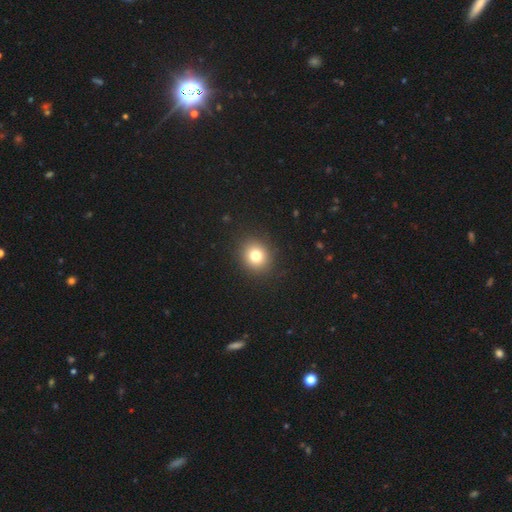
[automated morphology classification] A smooth galaxy with no disk features (78%) that is round (84%).

Vote fractions:
- Smooth or featured? smooth: 78% / star or artifact: 13% / featured or disk: 9%
- How rounded? round: 84% / in between: 15% / cigar-shaped: 1%
- Merging? none: 91% / minor disturbance: 6% / major disturbance: 2% / merger: 1%